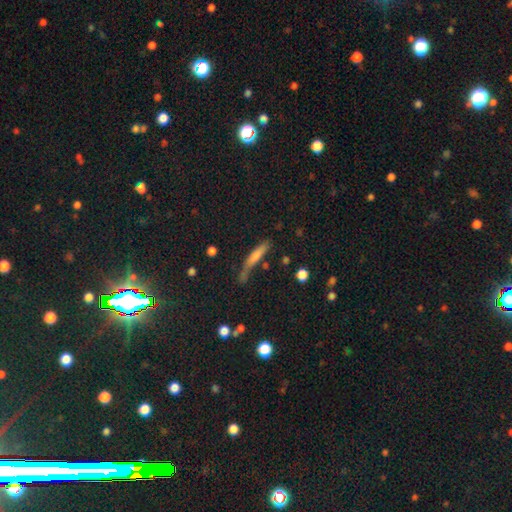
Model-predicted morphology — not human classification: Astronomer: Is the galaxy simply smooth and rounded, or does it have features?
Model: smooth — 62%.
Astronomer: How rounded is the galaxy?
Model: cigar-shaped — 87%.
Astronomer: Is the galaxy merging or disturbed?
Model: none — 55%.